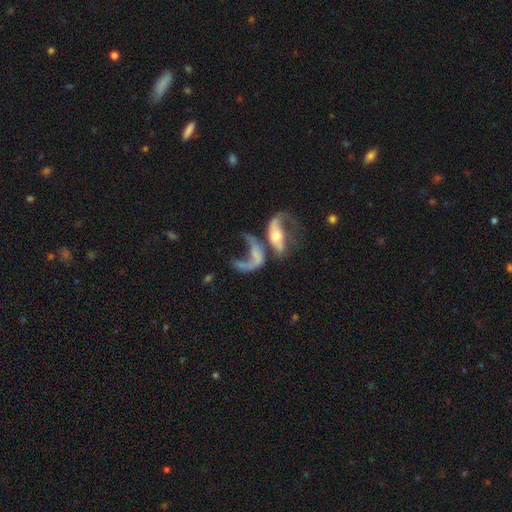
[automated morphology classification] Q: Smooth or featured?
A: featured or disk (65%); runner-up: smooth (26%)
Q: Edge-on disk?
A: no (90%); runner-up: yes (10%)
Q: Bar?
A: no (65%); runner-up: weak (22%)
Q: Spiral arms?
A: yes (60%); runner-up: no (40%)
Q: Bulge size?
A: moderate (39%); runner-up: small (33%)
Q: Merging?
A: merger (44%); runner-up: major disturbance (34%)